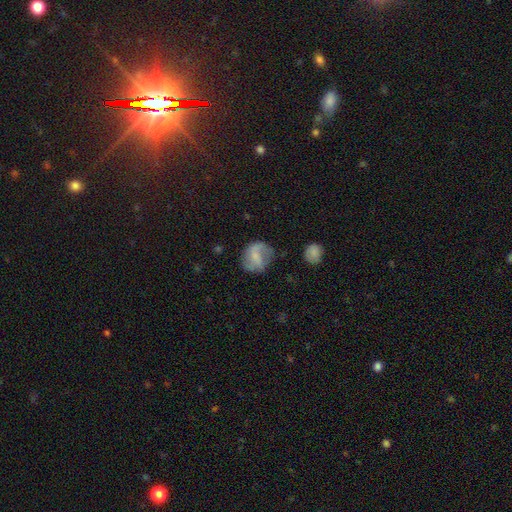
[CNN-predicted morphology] A featured or disk galaxy (50%).

Vote fractions:
- Smooth or featured? featured or disk: 50% / smooth: 42% / star or artifact: 8%
- Edge-on disk? no: 97% / yes: 3%
- Merging? none: 61% / minor disturbance: 23% / major disturbance: 13% / merger: 2%